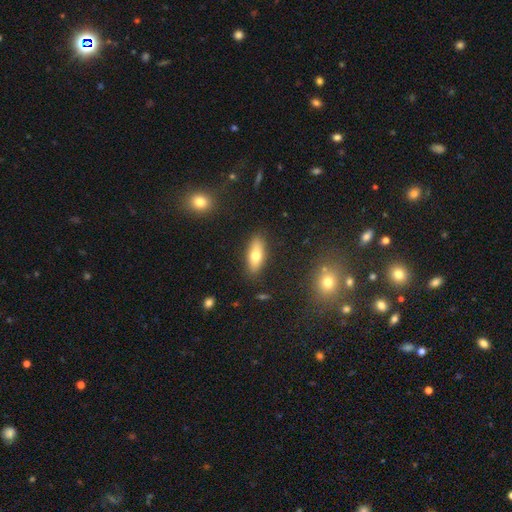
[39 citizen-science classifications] Q: Smooth or featured?
A: smooth (72%); runner-up: featured or disk (18%)
Q: How rounded?
A: in between (46%); runner-up: cigar-shaped (43%)
Q: Merging?
A: none (91%); runner-up: minor disturbance (6%)